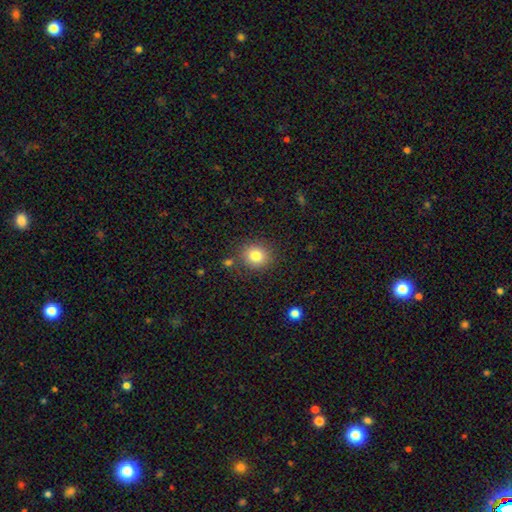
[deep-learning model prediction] smooth_or_featured: smooth (p=0.81) [alt: star or artifact p=0.11]
how_rounded: round (p=0.79) [alt: in between p=0.20]
merging: none (p=0.84) [alt: minor disturbance p=0.09]